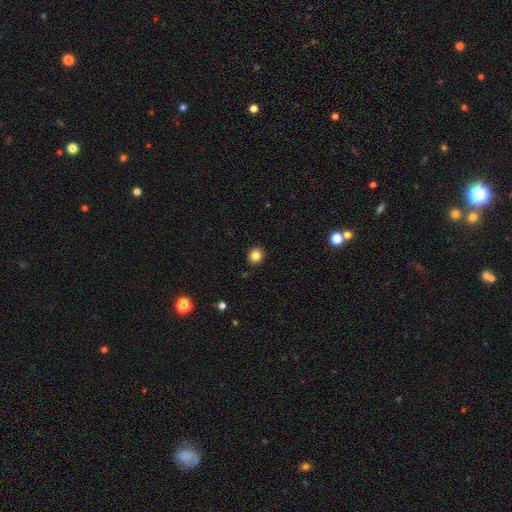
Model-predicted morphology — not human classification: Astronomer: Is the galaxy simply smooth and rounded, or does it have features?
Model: smooth — 83%.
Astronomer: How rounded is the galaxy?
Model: round — 78%.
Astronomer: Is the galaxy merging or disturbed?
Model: none — 91%.